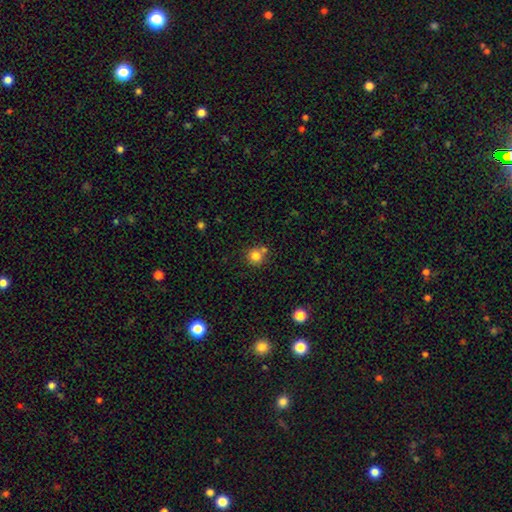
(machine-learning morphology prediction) smooth_or_featured: smooth (p=0.80) [alt: star or artifact p=0.12]
how_rounded: round (p=0.90) [alt: in between p=0.09]
merging: none (p=0.65) [alt: merger p=0.23]